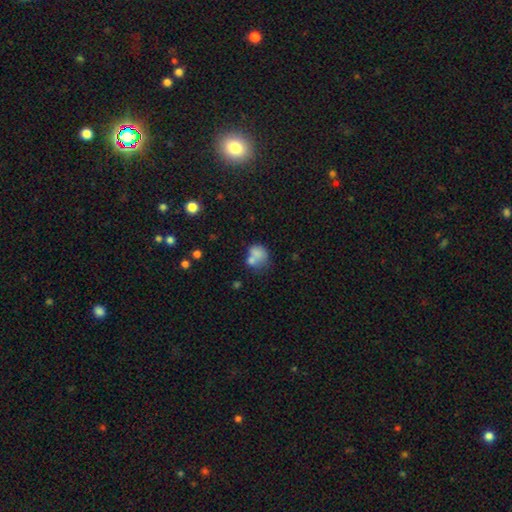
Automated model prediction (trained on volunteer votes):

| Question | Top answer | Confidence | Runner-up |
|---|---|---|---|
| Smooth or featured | smooth | 72% | featured or disk (18%) |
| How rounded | round | 57% | in between (42%) |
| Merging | merger | 42% | none (33%) |